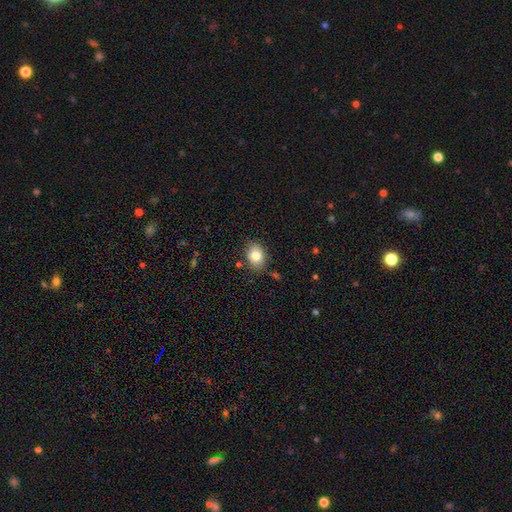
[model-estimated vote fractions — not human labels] This appears to be a smooth galaxy with no disk features (81%) that is in between round and cigar-shaped (67%). Merging: none (82%).